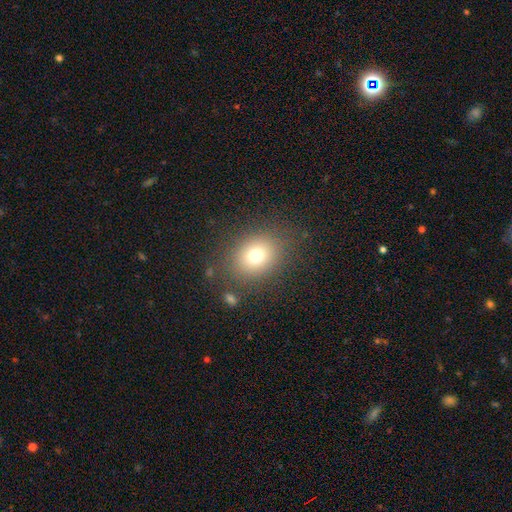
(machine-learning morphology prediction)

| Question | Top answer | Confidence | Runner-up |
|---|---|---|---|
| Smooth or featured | smooth | 74% | star or artifact (15%) |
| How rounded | round | 59% | in between (41%) |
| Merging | none | 82% | minor disturbance (10%) |